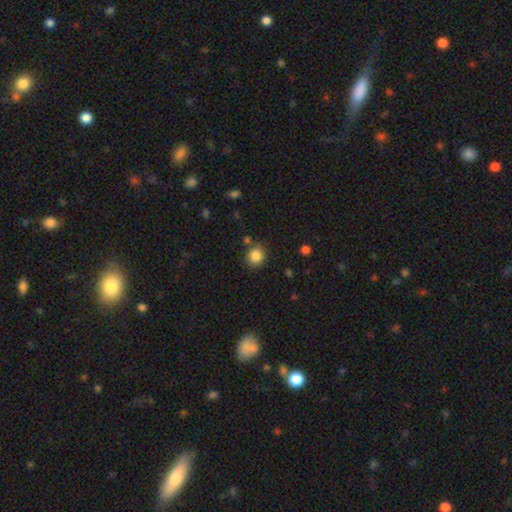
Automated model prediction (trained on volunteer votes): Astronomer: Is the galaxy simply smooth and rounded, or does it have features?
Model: smooth — 85%.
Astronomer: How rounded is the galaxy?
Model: round — 86%.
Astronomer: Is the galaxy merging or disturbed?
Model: none — 80%.